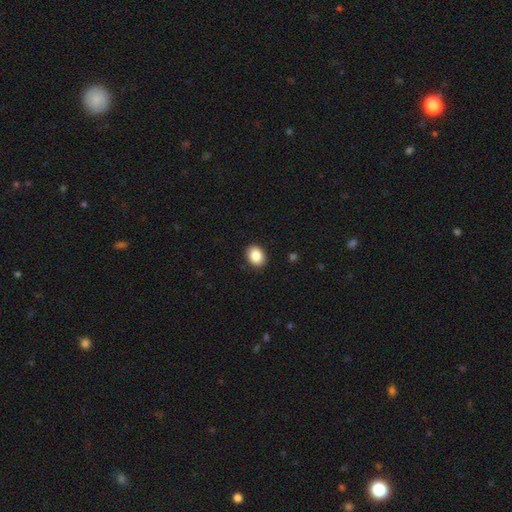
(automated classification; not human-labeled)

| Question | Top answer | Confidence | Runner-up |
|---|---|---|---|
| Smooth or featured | smooth | 87% | star or artifact (8%) |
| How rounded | in between | 61% | round (38%) |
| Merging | none | 90% | minor disturbance (7%) |